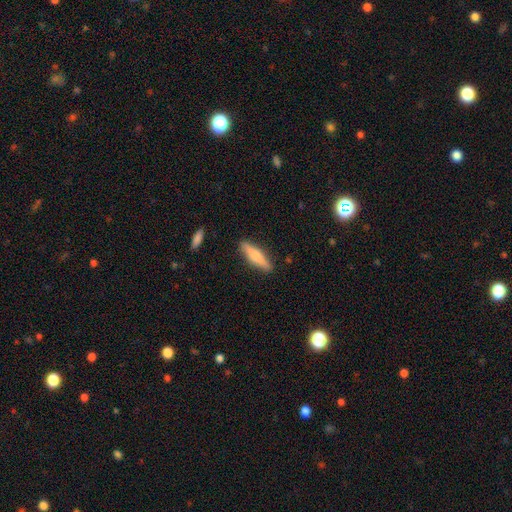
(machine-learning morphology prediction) This is likely a smooth galaxy (63%). How rounded: likely cigar-shaped (74%). Merging: clearly none (87%).